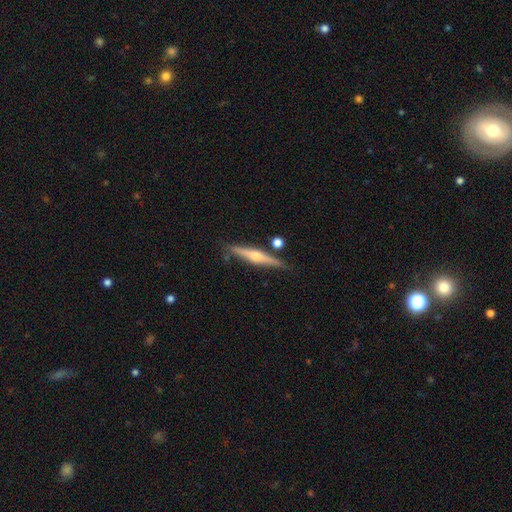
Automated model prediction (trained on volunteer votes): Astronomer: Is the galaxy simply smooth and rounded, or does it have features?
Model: featured or disk — 74%.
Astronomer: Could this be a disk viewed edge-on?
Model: yes — 97%.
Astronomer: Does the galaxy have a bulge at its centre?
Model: rounded — 90%.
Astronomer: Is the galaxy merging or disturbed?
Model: none — 82%.